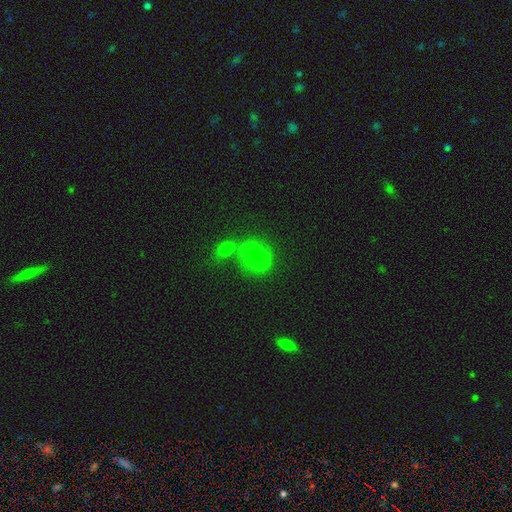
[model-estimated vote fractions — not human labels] A smooth galaxy with no disk features (66%) that is round (69%).

Vote fractions:
- Smooth or featured? smooth: 66% / featured or disk: 20% / star or artifact: 14%
- How rounded? round: 69% / in between: 30% / cigar-shaped: 1%
- Merging? none: 43% / merger: 37% / minor disturbance: 13% / major disturbance: 7%